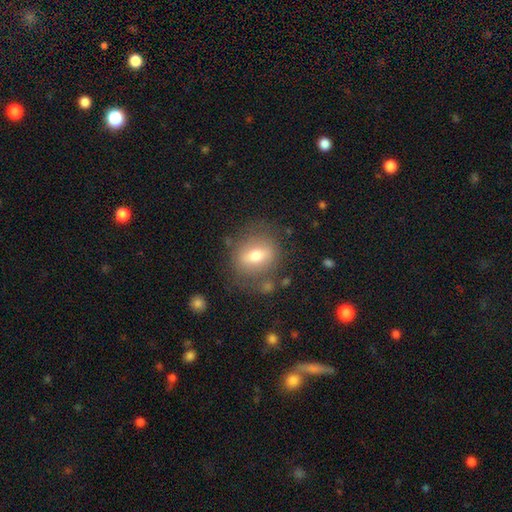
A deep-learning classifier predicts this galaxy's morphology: Overall: smooth (59%; featured or disk 32%). How rounded: round (51%; in between 46%). Merging: none (75%).